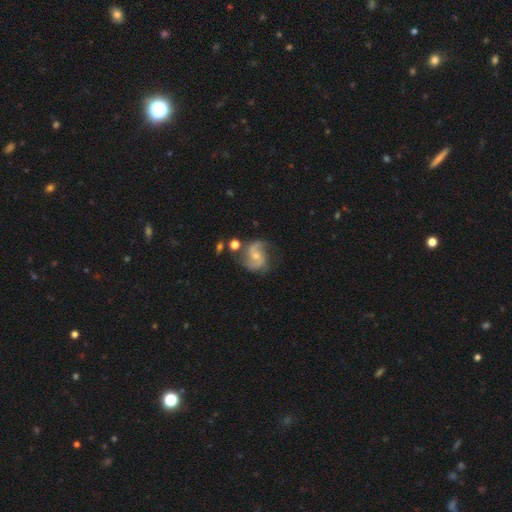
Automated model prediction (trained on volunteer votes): Q: Smooth or featured?
A: featured or disk (83%); runner-up: smooth (10%)
Q: Edge-on disk?
A: no (98%); runner-up: yes (2%)
Q: Bar?
A: no (51%); runner-up: weak (40%)
Q: Spiral arms?
A: yes (96%); runner-up: no (4%)
Q: Spiral winding?
A: medium (48%); runner-up: loose (39%)
Q: Spiral arm count?
A: 2 (90%); runner-up: can't tell (4%)
Q: Bulge size?
A: small (53%); runner-up: moderate (39%)
Q: Merging?
A: none (65%); runner-up: minor disturbance (20%)